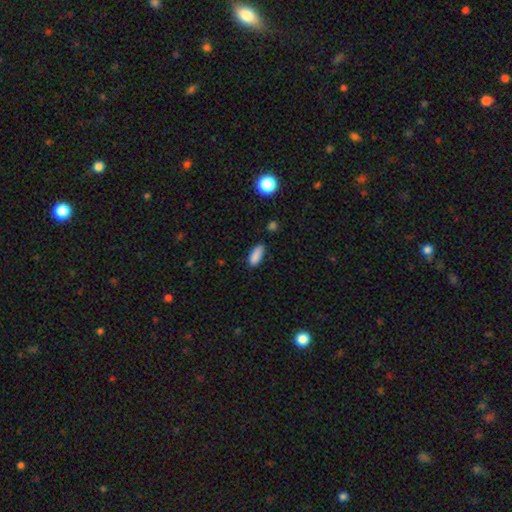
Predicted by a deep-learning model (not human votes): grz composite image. It shows a smooth galaxy with no disk features (87%) that is in between round and cigar-shaped (73%). Merging: none (76%).